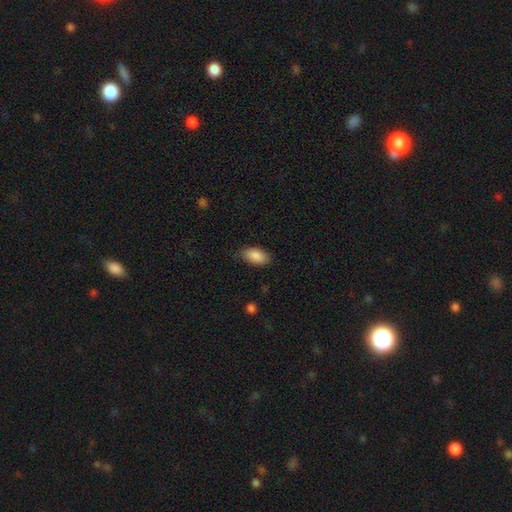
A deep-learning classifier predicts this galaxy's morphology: type=smooth (89%); roundness=in between (93%); merging=none (79%).